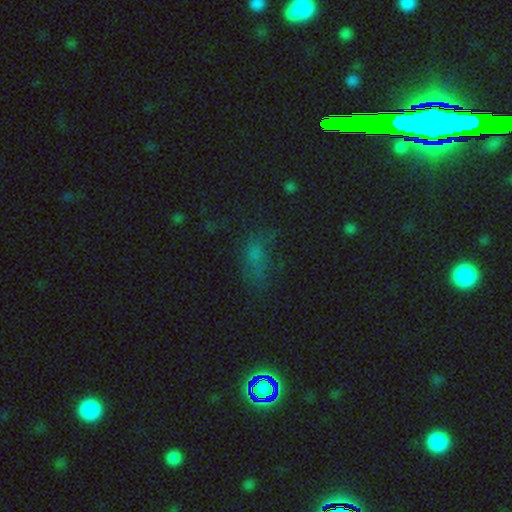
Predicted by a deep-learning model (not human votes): Q: Smooth or featured?
A: smooth (51%); runner-up: star or artifact (33%)
Q: How rounded?
A: in between (74%); runner-up: round (15%)
Q: Merging?
A: none (52%); runner-up: minor disturbance (25%)